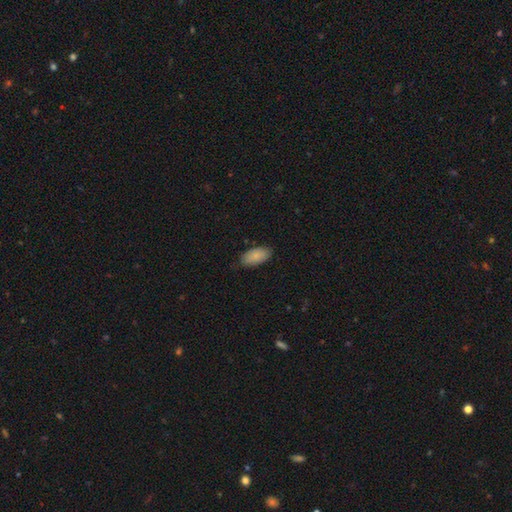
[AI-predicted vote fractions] Smooth or featured? Predicted: smooth (p=0.86). How rounded? Predicted: in between (p=0.94). Merging? Predicted: none (p=0.81).